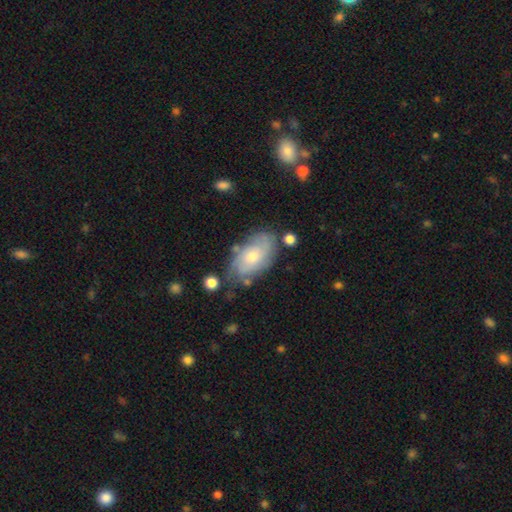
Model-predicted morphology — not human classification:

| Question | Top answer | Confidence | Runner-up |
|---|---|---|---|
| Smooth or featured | featured or disk | 52% | smooth (39%) |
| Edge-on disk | no | 91% | yes (9%) |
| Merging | none | 70% | minor disturbance (20%) |